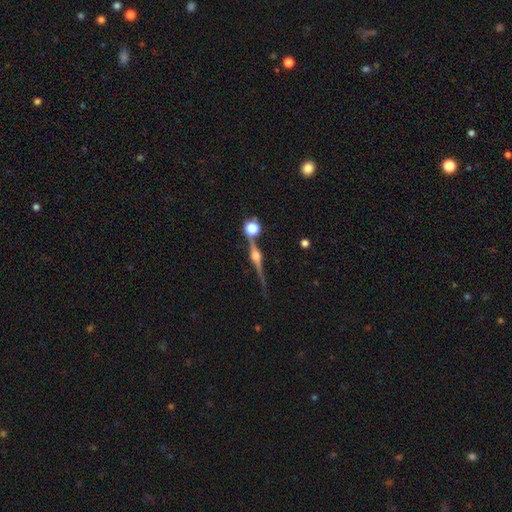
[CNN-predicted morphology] Smooth or featured? featured or disk (83%)
Edge-on disk? yes (97%)
Edge-on bulge? rounded (95%)
Merging? none (79%)